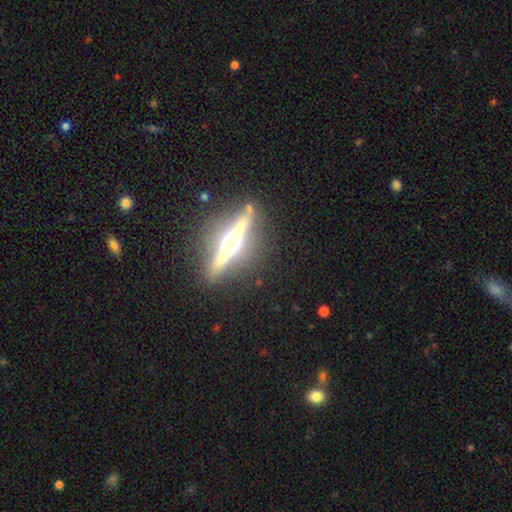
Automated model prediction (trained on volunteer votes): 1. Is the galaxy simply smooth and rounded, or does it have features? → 82% featured or disk, 11% smooth, 6% star or artifact.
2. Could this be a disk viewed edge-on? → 97% yes, 3% no.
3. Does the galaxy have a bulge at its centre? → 92% rounded, 5% boxy, 3% none.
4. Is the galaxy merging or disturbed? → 89% none, 7% minor disturbance, 2% major disturbance, 2% merger.